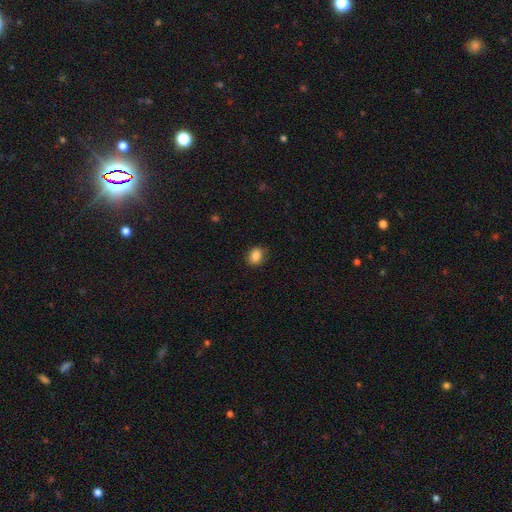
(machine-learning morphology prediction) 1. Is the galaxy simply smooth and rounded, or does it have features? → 86% smooth, 9% star or artifact, 5% featured or disk.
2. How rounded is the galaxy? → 55% in between, 43% round, 1% cigar-shaped.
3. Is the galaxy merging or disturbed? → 85% none, 12% minor disturbance, 3% major disturbance, 1% merger.